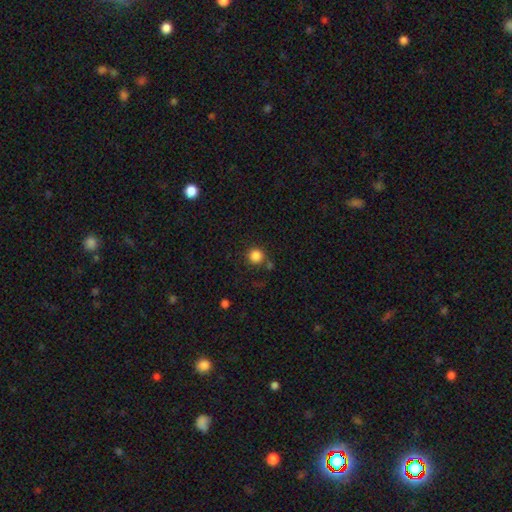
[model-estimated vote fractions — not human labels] smooth-or-featured: smooth: 85% | star or artifact: 12% | featured or disk: 4%
  how-rounded: round: 93% | in between: 6% | cigar-shaped: 1%
  merging: none: 80% | minor disturbance: 9% | merger: 7% | major disturbance: 4%